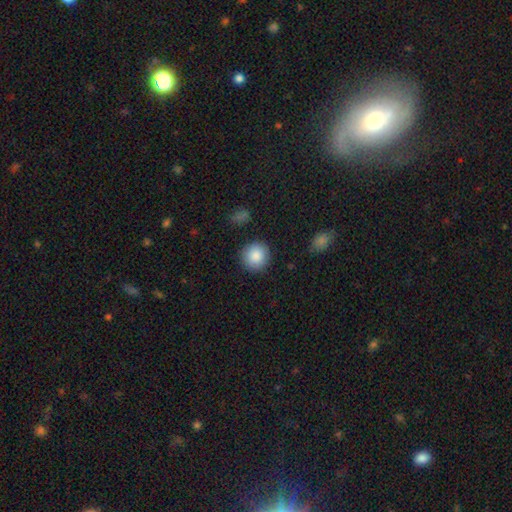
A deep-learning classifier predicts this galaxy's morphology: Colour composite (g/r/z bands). It shows a smooth galaxy with no disk features (88%) that is round (92%). Merging: none (89%).